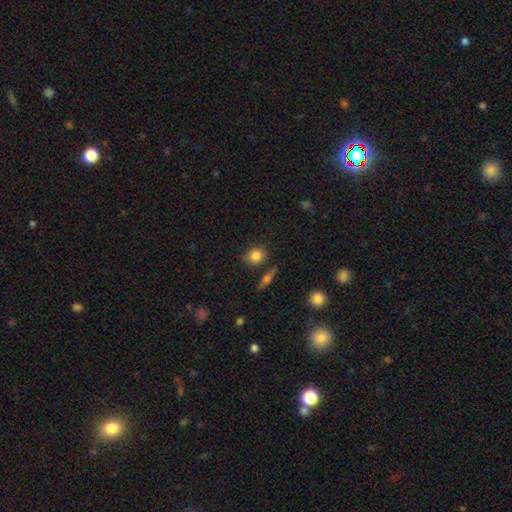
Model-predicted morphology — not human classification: type=smooth (83%); roundness=round (65%); merging=none (78%).